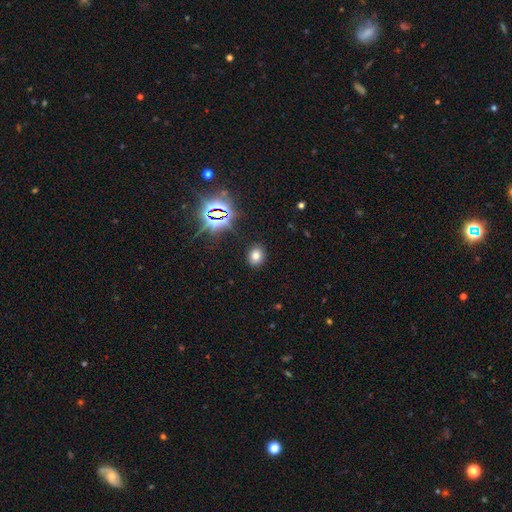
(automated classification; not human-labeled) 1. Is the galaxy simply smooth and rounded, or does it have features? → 70% smooth, 21% star or artifact, 8% featured or disk.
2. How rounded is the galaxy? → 56% round, 43% in between, 1% cigar-shaped.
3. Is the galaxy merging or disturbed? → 88% none, 7% minor disturbance, 3% major disturbance, 1% merger.